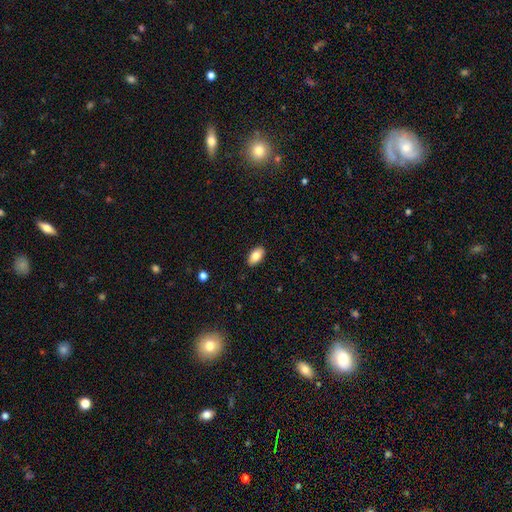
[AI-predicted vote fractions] The model was most divided on "smooth or featured": smooth: 82%, featured or disk: 11%, star or artifact: 7%. More confident: how rounded — in between (93%); merging — none (88%).